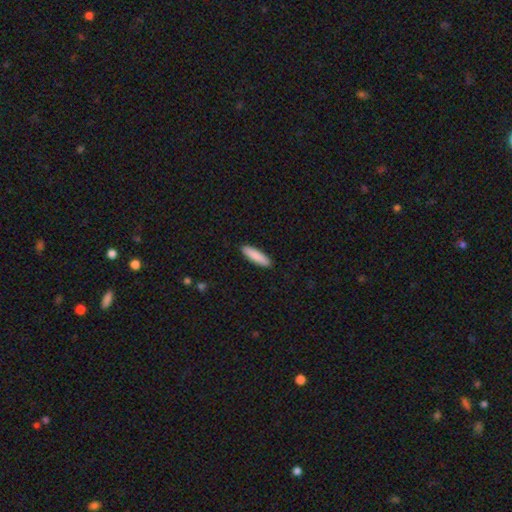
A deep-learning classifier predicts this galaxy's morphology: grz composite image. It shows a smooth galaxy with no disk features (88%) that is cigar-shaped (71%). Merging: none (91%).